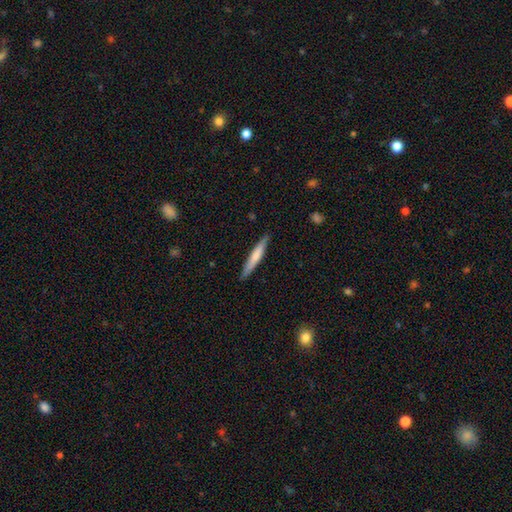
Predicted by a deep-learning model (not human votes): A smooth galaxy with no disk features (66%) that is cigar-shaped (94%). Merging: none (89%).